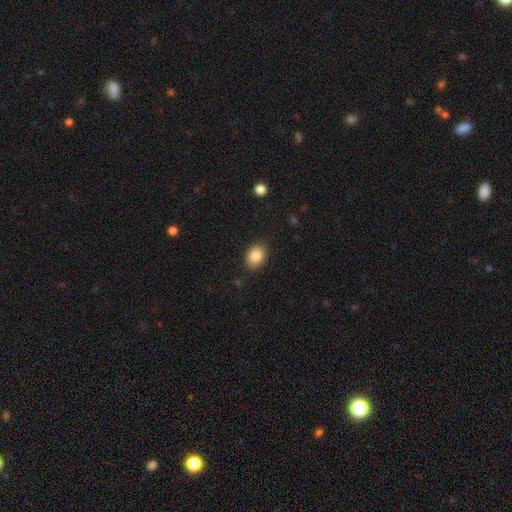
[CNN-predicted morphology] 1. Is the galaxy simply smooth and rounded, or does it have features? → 86% smooth, 8% star or artifact, 6% featured or disk.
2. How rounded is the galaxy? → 67% in between, 32% round, 1% cigar-shaped.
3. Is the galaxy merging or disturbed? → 86% none, 10% minor disturbance, 2% major disturbance, 1% merger.